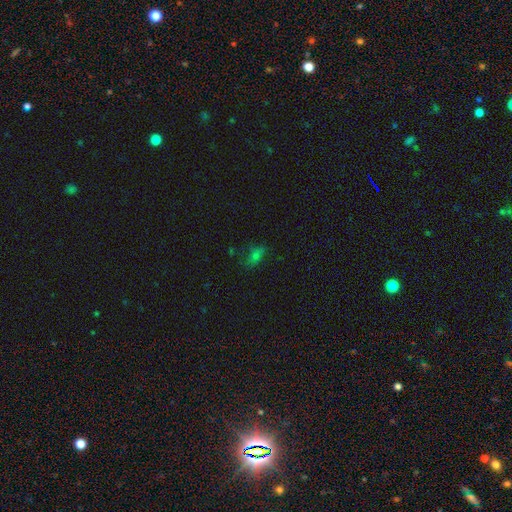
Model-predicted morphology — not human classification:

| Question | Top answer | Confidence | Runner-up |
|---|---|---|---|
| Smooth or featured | smooth | 52% | star or artifact (29%) |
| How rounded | in between | 73% | round (14%) |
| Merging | none | 68% | minor disturbance (21%) |